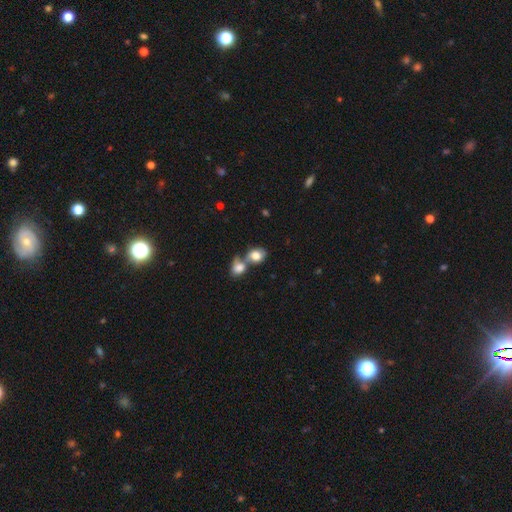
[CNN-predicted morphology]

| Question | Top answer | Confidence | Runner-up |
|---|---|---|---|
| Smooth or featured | smooth | 78% | featured or disk (14%) |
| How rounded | in between | 58% | round (40%) |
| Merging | merger | 63% | none (24%) |